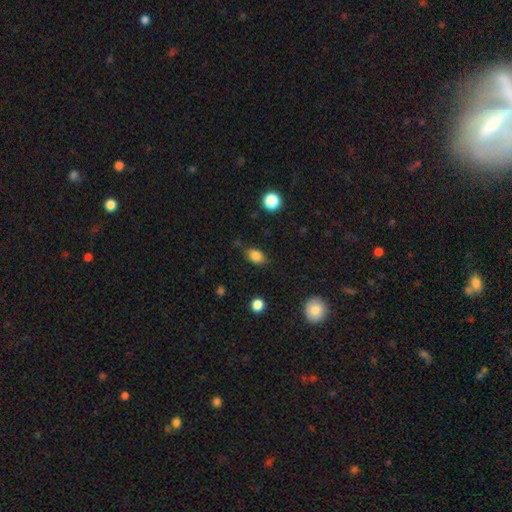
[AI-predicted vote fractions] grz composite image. It shows a smooth galaxy with no disk features (83%) that is in between round and cigar-shaped (81%). Merging: none (76%).